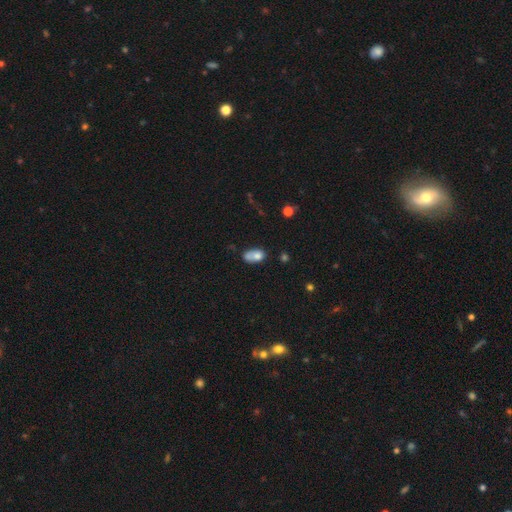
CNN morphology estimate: Overall: smooth (72%). How rounded: in between (83%). Merging: none (34%; merger 33%).